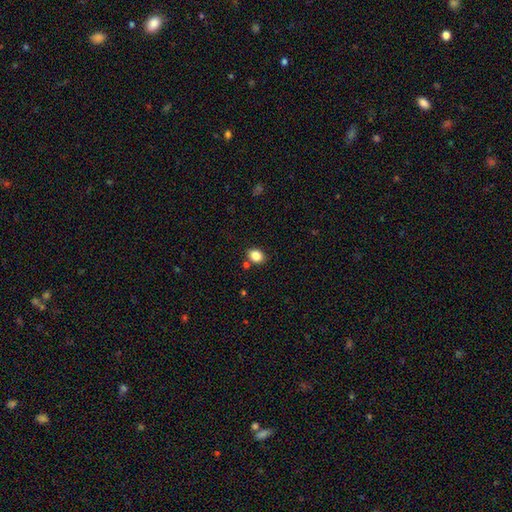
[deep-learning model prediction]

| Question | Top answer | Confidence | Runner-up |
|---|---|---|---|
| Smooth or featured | smooth | 84% | star or artifact (10%) |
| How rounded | in between | 56% | round (43%) |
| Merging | none | 80% | minor disturbance (10%) |